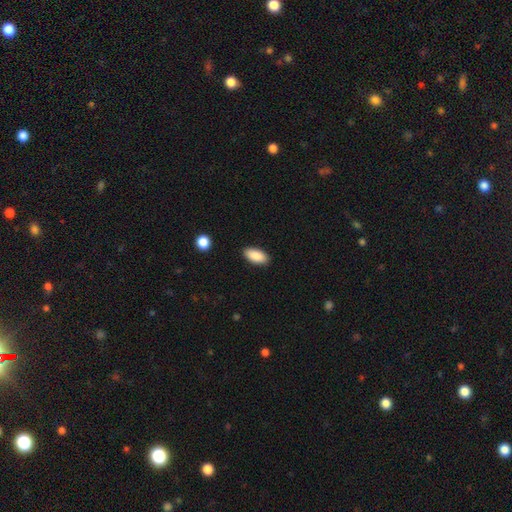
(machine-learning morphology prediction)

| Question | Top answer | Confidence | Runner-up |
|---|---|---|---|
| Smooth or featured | smooth | 89% | star or artifact (6%) |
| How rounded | in between | 93% | cigar-shaped (5%) |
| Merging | none | 89% | minor disturbance (8%) |